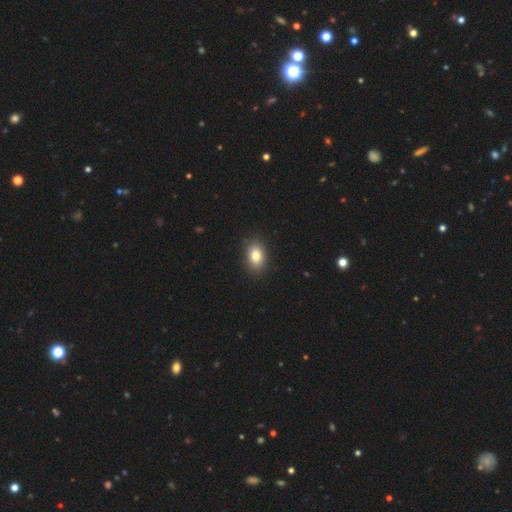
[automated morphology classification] Smooth or featured? Predicted: smooth (p=0.80). How rounded? Predicted: in between (p=0.79). Merging? Predicted: none (p=0.88).